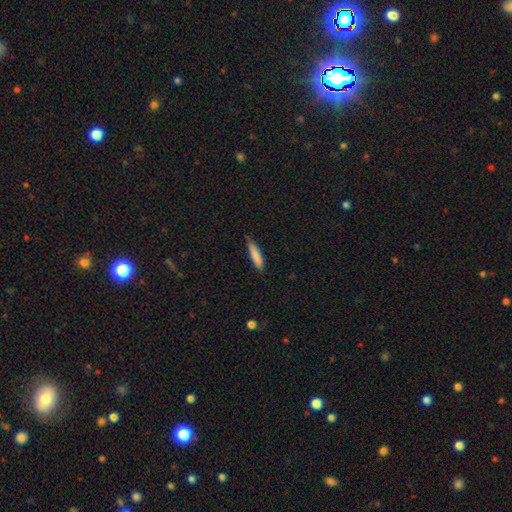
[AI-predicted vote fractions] Smooth or featured? smooth (83%)
How rounded? cigar-shaped (81%)
Merging? none (80%)